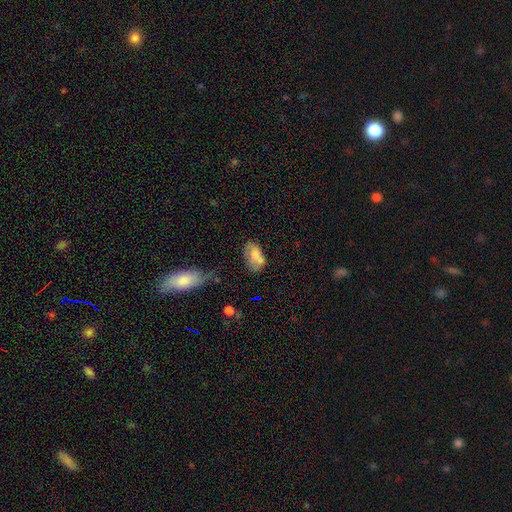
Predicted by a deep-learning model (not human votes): This is likely a smooth galaxy (65%). How rounded: clearly in between (90%). Merging: marginally none (37%).